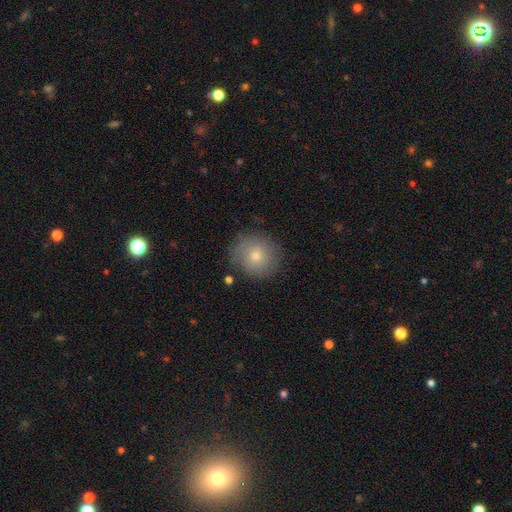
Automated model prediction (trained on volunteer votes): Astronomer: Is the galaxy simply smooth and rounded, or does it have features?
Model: smooth — 74%.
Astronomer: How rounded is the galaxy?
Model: round — 89%.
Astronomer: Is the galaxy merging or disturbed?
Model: none — 83%.